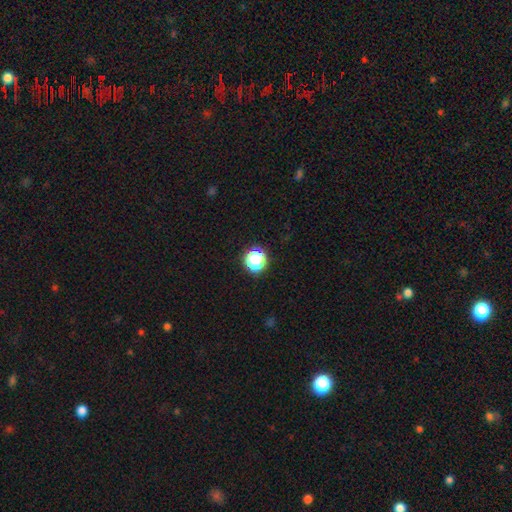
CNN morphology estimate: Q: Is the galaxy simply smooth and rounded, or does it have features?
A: smooth — 55%.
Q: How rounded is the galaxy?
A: round — 86%.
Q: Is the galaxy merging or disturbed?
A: none — 82%.